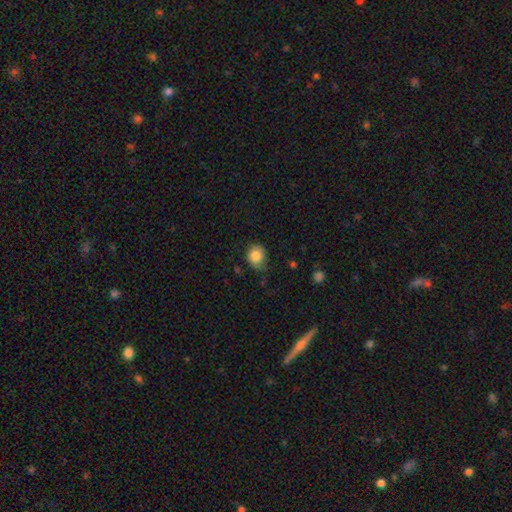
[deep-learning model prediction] Smooth or featured?
  - smooth: 84% *
  - star or artifact: 10%
  - featured or disk: 6%
How rounded?
  - round: 74% *
  - in between: 25%
  - cigar-shaped: 1%
Merging?
  - none: 64% *
  - minor disturbance: 29%
  - major disturbance: 6%
  - merger: 2%